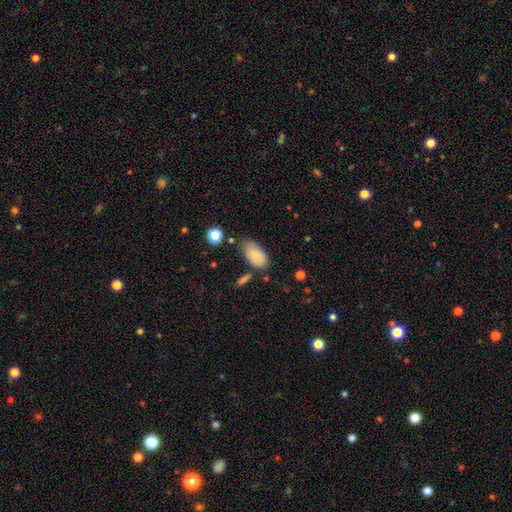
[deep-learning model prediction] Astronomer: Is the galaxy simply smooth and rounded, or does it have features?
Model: smooth — 80%.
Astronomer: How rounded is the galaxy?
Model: in between — 93%.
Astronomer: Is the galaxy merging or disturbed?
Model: none — 64%.